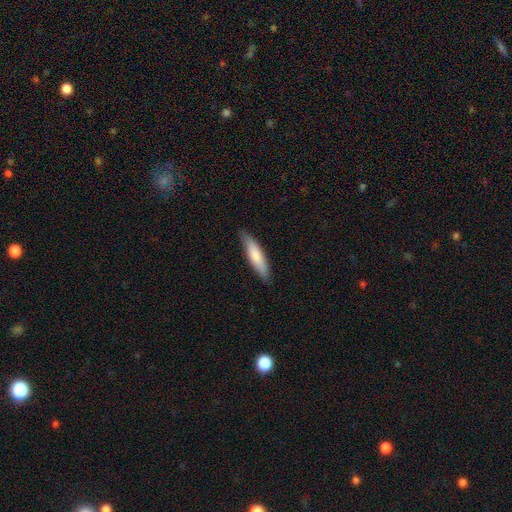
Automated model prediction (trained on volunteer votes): A smooth galaxy with no disk features (77%) that is cigar-shaped (77%).

Vote fractions:
- Smooth or featured? smooth: 77% / featured or disk: 19% / star or artifact: 5%
- How rounded? cigar-shaped: 77% / in between: 22% / round: 1%
- Merging? none: 86% / minor disturbance: 11% / major disturbance: 2% / merger: 1%